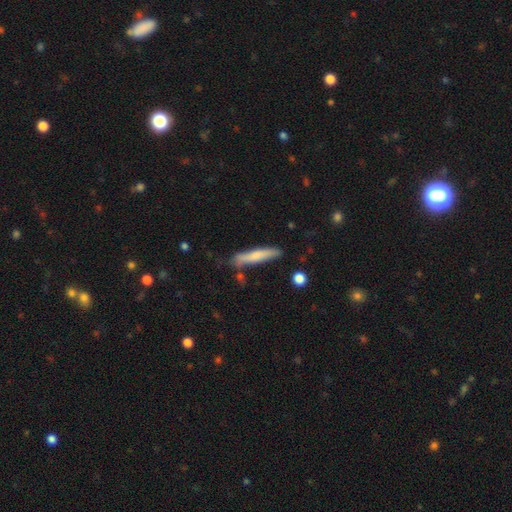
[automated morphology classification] smooth-or-featured: smooth: 67% | featured or disk: 27% | star or artifact: 6%
  how-rounded: cigar-shaped: 92% | in between: 7% | round: 1%
  merging: none: 77% | minor disturbance: 16% | merger: 4% | major disturbance: 3%